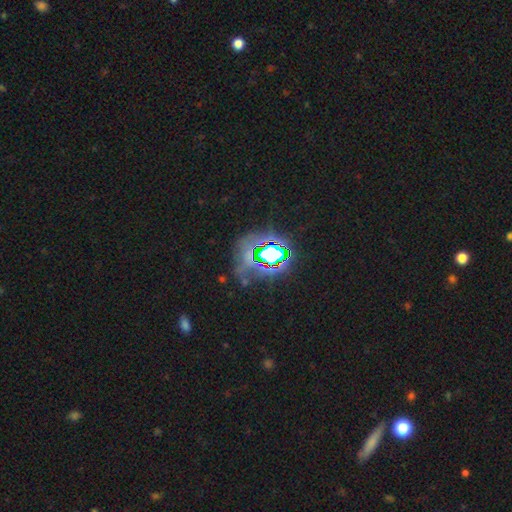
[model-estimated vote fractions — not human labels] This appears to be a star or artifact, not a galaxy (75%).